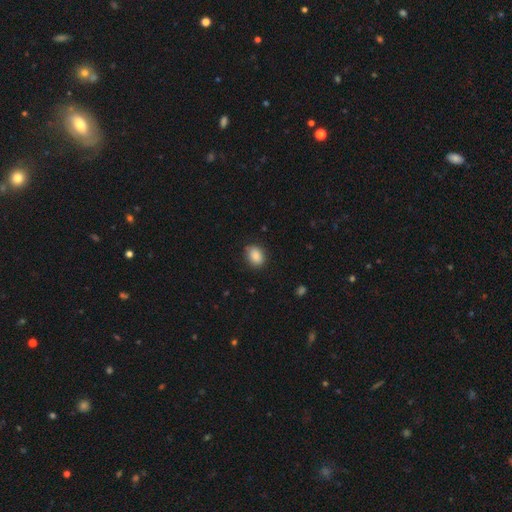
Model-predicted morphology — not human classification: This appears to be a smooth galaxy with no disk features (87%) that is in between round and cigar-shaped (66%). Merging: none (80%).